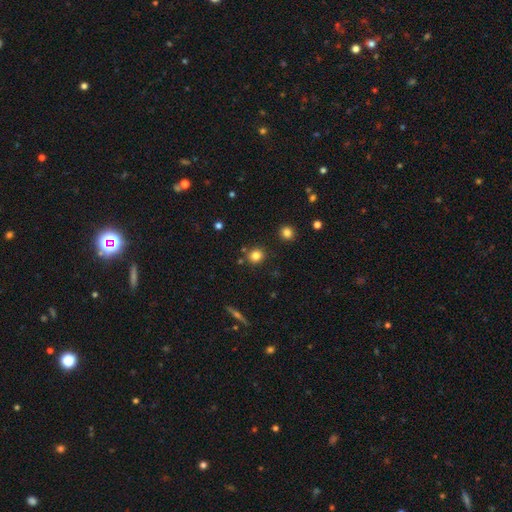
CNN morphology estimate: Smooth or featured? smooth (81%)
How rounded? round (88%)
Merging? none (85%)